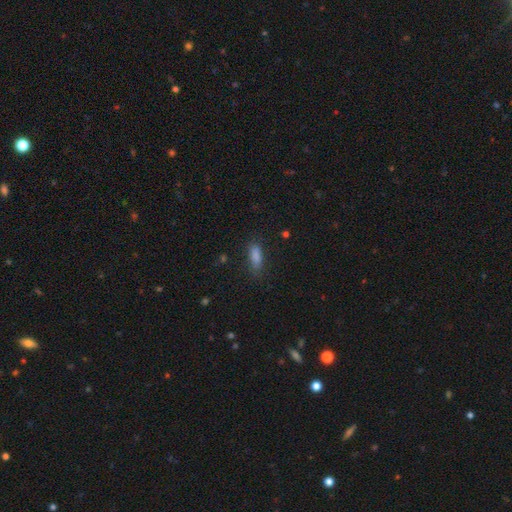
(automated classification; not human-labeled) Morphology: type=smooth (79%); roundness=in between (56%); merging=none (76%).